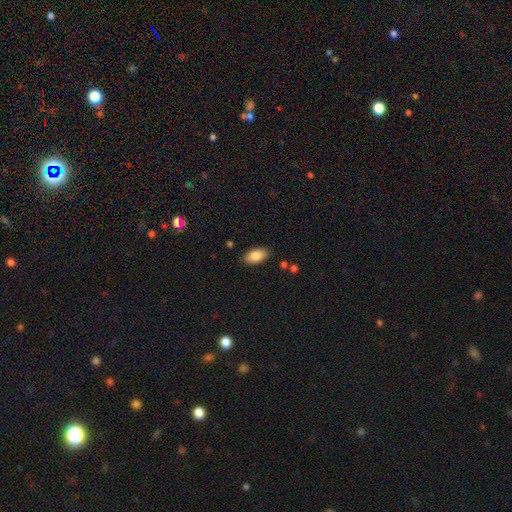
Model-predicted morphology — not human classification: Overall: smooth (85%). How rounded: in between (94%). Merging: none (86%).